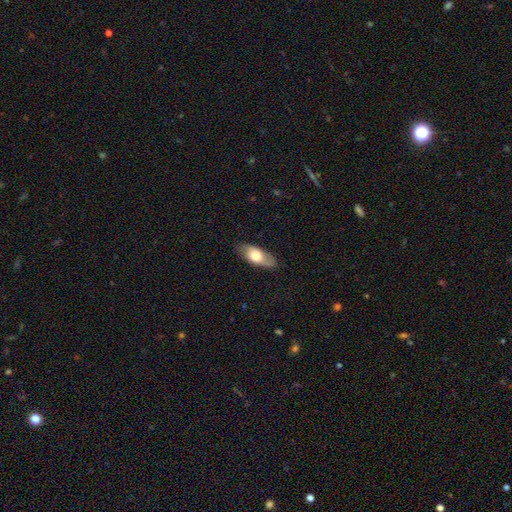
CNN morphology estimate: A smooth galaxy with no disk features (58%) that is in between round and cigar-shaped (82%). Merging: none (80%).